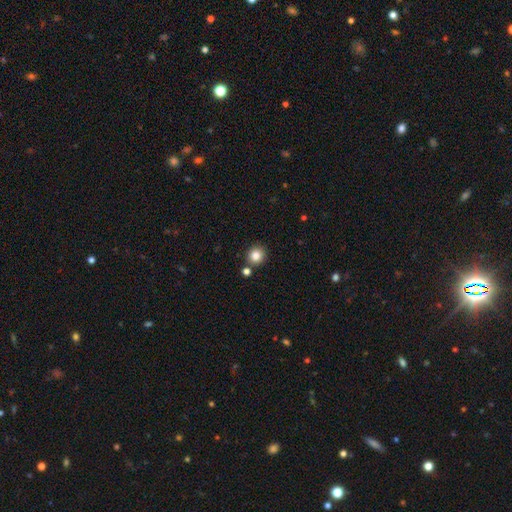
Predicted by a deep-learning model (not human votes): A smooth galaxy with no disk features (84%) that is round (88%).

Vote fractions:
- Smooth or featured? smooth: 84% / star or artifact: 11% / featured or disk: 6%
- How rounded? round: 88% / in between: 11% / cigar-shaped: 1%
- Merging? none: 83% / merger: 8% / minor disturbance: 7% / major disturbance: 2%